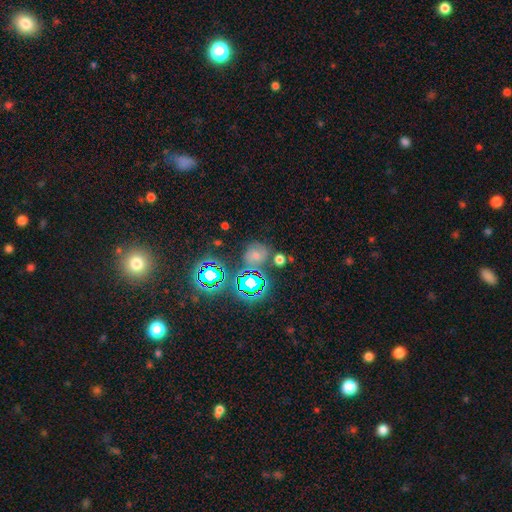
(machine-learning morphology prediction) Smooth or featured?
  - smooth: 47% *
  - star or artifact: 38%
  - featured or disk: 16%
Merging?
  - none: 65% *
  - minor disturbance: 15%
  - merger: 14%
  - major disturbance: 7%